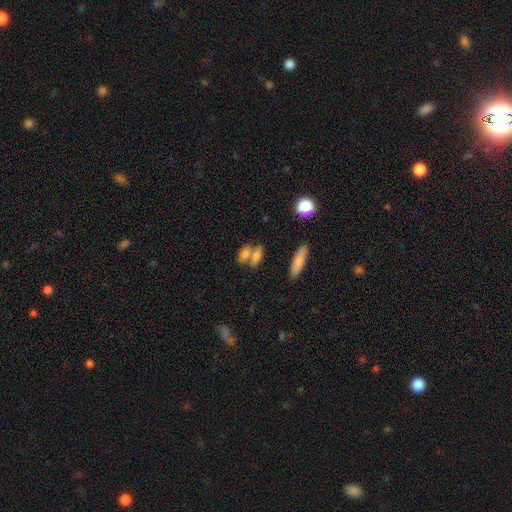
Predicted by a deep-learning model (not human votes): A smooth galaxy with no disk features (75%) that is in between round and cigar-shaped (68%).

Vote fractions:
- Smooth or featured? smooth: 75% / featured or disk: 15% / star or artifact: 10%
- How rounded? in between: 68% / cigar-shaped: 19% / round: 12%
- Merging? merger: 44% / none: 42% / minor disturbance: 10% / major disturbance: 4%